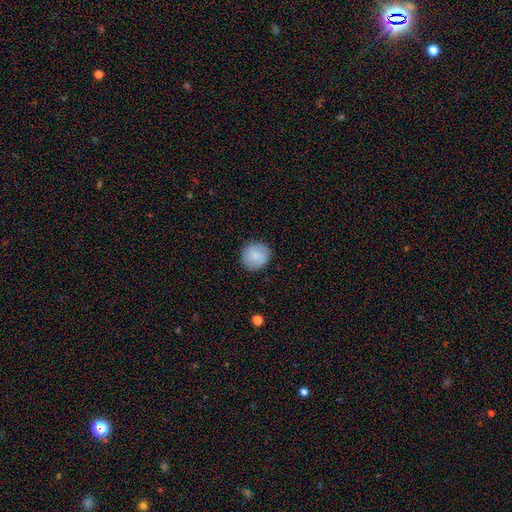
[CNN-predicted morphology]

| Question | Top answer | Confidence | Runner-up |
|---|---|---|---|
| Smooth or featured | smooth | 83% | featured or disk (11%) |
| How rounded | round | 91% | in between (8%) |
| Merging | none | 88% | minor disturbance (9%) |